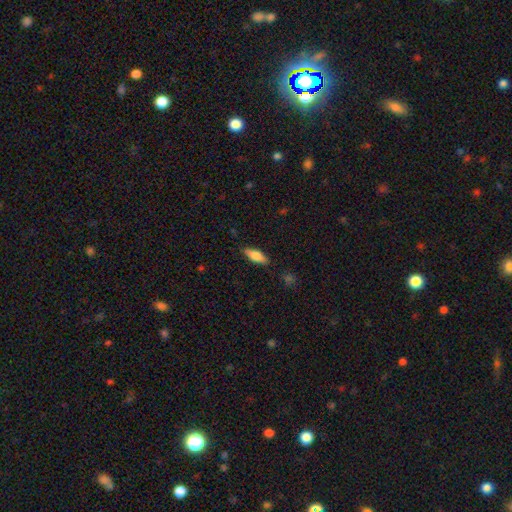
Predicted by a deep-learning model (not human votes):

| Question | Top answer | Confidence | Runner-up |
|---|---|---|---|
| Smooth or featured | smooth | 77% | featured or disk (16%) |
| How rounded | in between | 67% | cigar-shaped (31%) |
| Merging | none | 85% | minor disturbance (11%) |